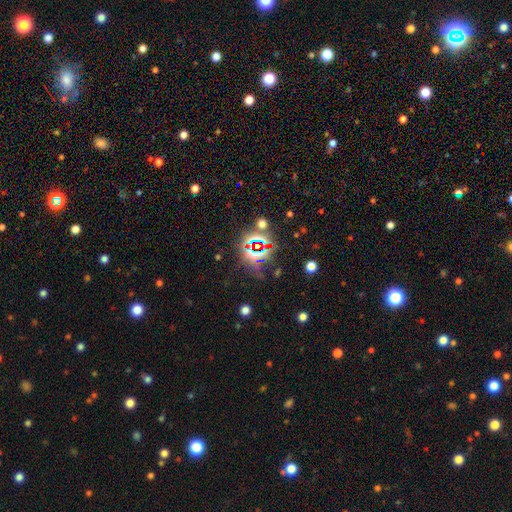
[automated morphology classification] This is clearly a star or artifact rather than a galaxy (80%).